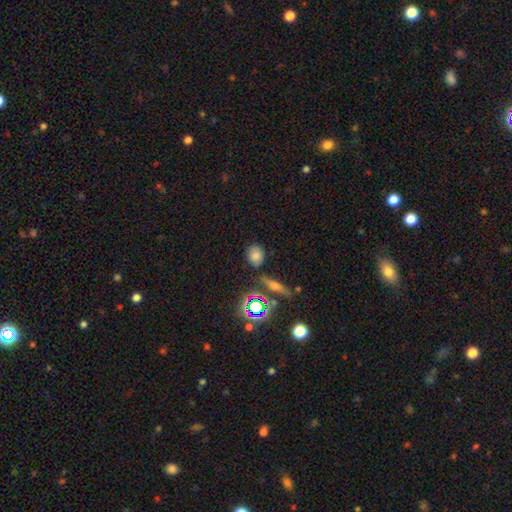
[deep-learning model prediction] A smooth galaxy with no disk features (73%) that is round (55%). Merging: none (79%).